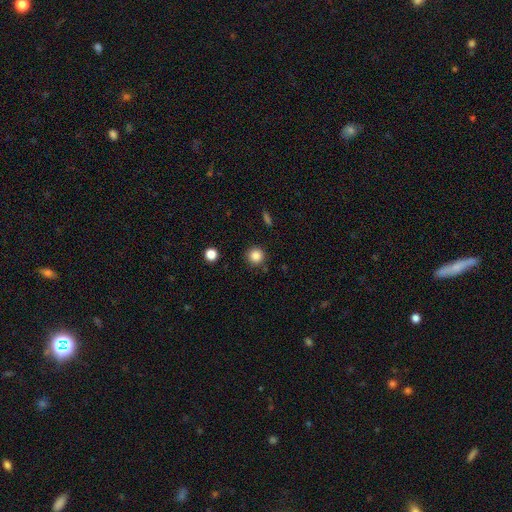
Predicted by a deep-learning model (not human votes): A smooth galaxy with no disk features (85%) that is round (95%).

Vote fractions:
- Smooth or featured? smooth: 85% / star or artifact: 11% / featured or disk: 4%
- How rounded? round: 95% / in between: 5% / cigar-shaped: 1%
- Merging? none: 88% / minor disturbance: 7% / major disturbance: 2% / merger: 2%